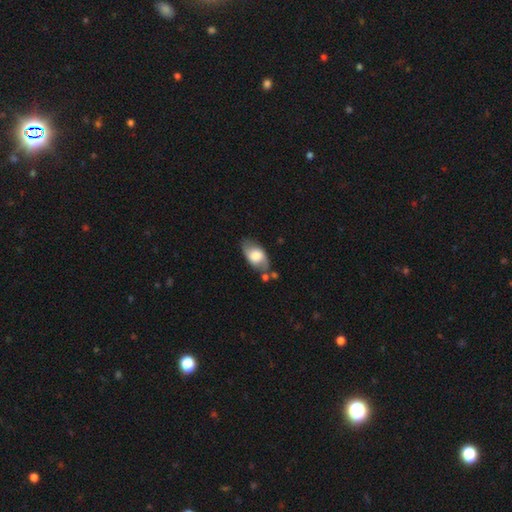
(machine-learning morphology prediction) Smooth or featured? smooth (59%)
How rounded? in between (90%)
Merging? none (61%)